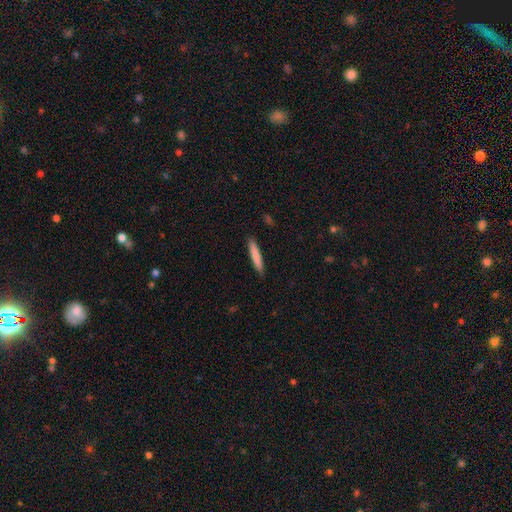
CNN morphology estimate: Smooth or featured? smooth (81%)
How rounded? cigar-shaped (93%)
Merging? none (90%)